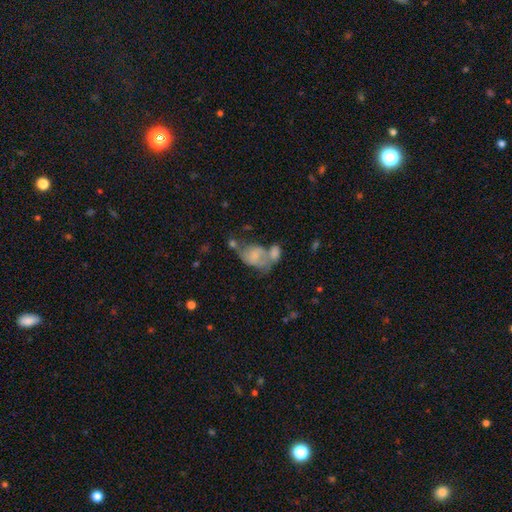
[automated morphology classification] smooth 51%, featured or disk 38%, star or artifact 10%. Down the decision tree: how rounded — in between (75%); merging — merger (46%).